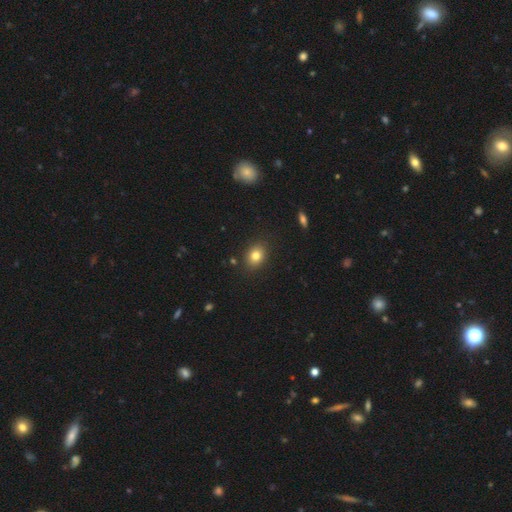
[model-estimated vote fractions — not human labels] This is likely a smooth galaxy (80%). How rounded: possibly in between (54%). Merging: clearly none (87%).